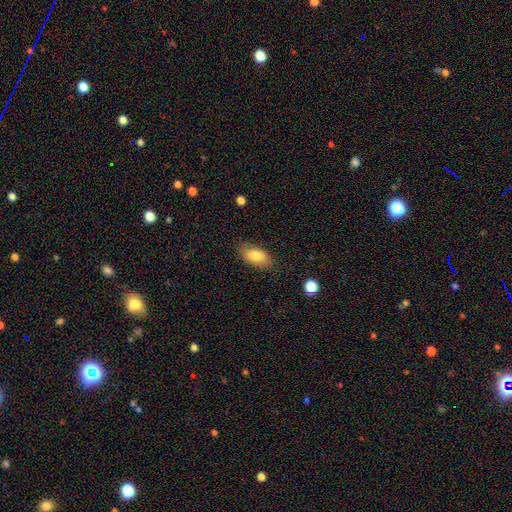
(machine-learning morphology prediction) smooth_or_featured: smooth (p=0.78) [alt: featured or disk p=0.15]
how_rounded: in between (p=0.90) [alt: cigar-shaped p=0.06]
merging: none (p=0.82) [alt: minor disturbance p=0.13]